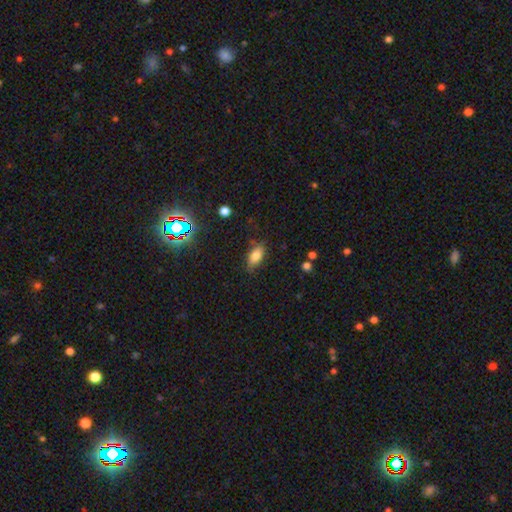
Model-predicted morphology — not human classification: Smooth or featured?
  - smooth: 78% *
  - star or artifact: 11%
  - featured or disk: 11%
How rounded?
  - in between: 87% *
  - cigar-shaped: 8%
  - round: 6%
Merging?
  - none: 78% *
  - minor disturbance: 17%
  - major disturbance: 4%
  - merger: 2%